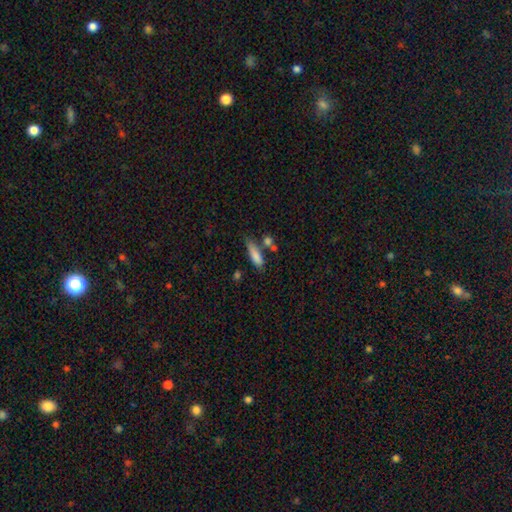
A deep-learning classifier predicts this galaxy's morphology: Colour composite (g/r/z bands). It shows a smooth galaxy with no disk features (80%) that is cigar-shaped (54%). Merging: none (52%).